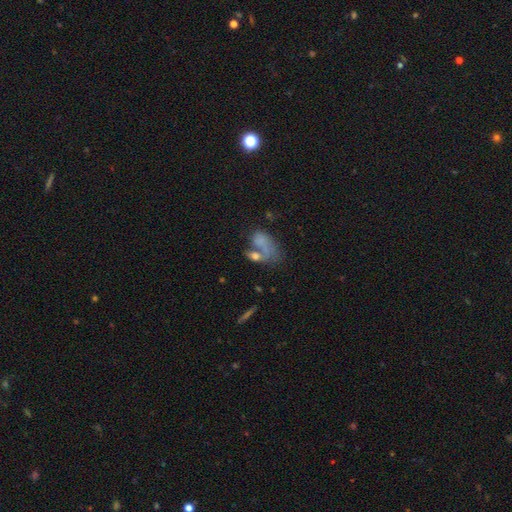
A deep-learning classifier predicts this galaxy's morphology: A smooth galaxy with no disk features (47%). Merging: none (37%).